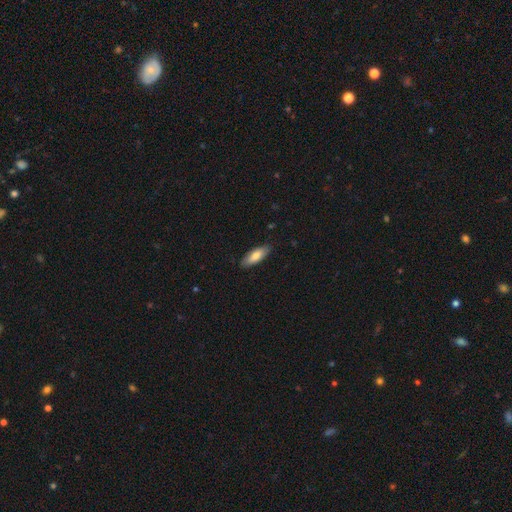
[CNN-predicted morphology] smooth-or-featured: smooth: 75% | featured or disk: 19% | star or artifact: 6%
  how-rounded: in between: 68% | cigar-shaped: 30% | round: 2%
  merging: none: 86% | minor disturbance: 11% | major disturbance: 2% | merger: 1%